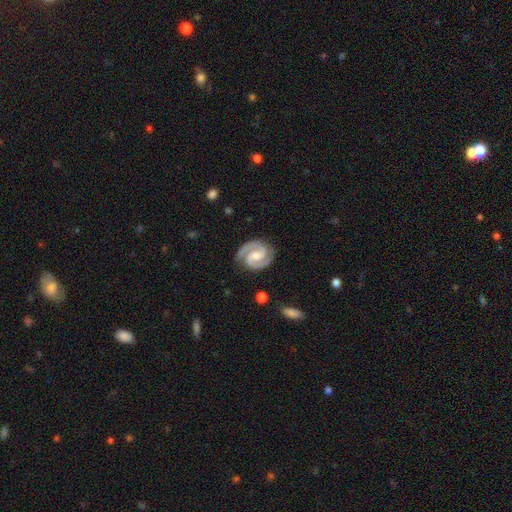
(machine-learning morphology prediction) Overall: featured or disk (93%). Edge-on disk: no (98%). Bar: weak (44%; no 33%). Spiral arms: yes (99%). Spiral arm count: 2 (94%). Spiral winding: tight (52%; medium 43%). Bulge size: moderate (52%; small 36%). Merging: none (84%).